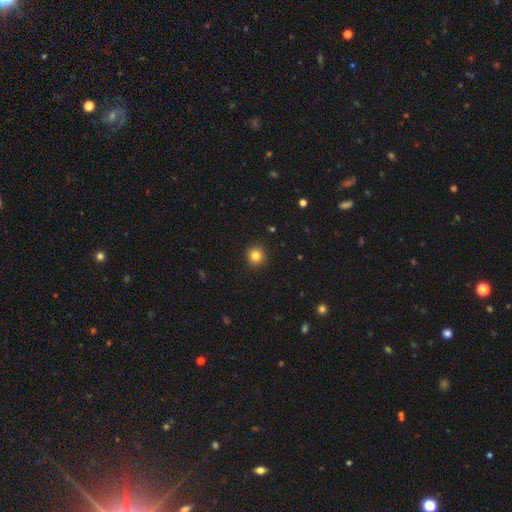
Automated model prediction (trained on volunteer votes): This appears to be a smooth galaxy with no disk features (83%) that is round (95%). Merging: none (93%).